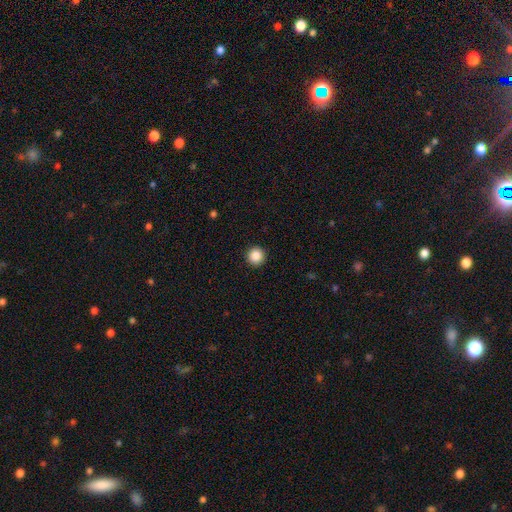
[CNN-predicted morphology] A smooth galaxy with no disk features (87%) that is round (96%).

Vote fractions:
- Smooth or featured? smooth: 87% / star or artifact: 10% / featured or disk: 3%
- How rounded? round: 96% / in between: 3% / cigar-shaped: 1%
- Merging? none: 93% / minor disturbance: 4% / major disturbance: 2% / merger: 1%